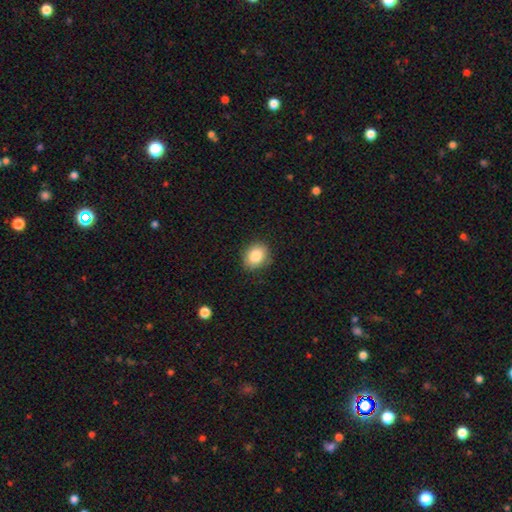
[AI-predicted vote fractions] smooth 85%, star or artifact 8%, featured or disk 7%. Down the decision tree: how rounded — round (57%); merging — none (85%).